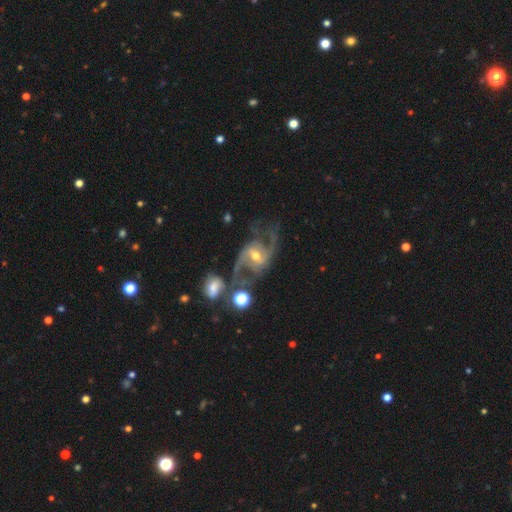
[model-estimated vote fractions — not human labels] Q: Smooth or featured?
A: featured or disk (90%); runner-up: star or artifact (5%)
Q: Edge-on disk?
A: no (97%); runner-up: yes (3%)
Q: Bar?
A: weak (47%); runner-up: strong (28%)
Q: Spiral arms?
A: yes (97%); runner-up: no (3%)
Q: Spiral winding?
A: loose (49%); runner-up: medium (42%)
Q: Spiral arm count?
A: 2 (90%); runner-up: 3 (3%)
Q: Bulge size?
A: moderate (63%); runner-up: small (30%)
Q: Merging?
A: none (58%); runner-up: minor disturbance (17%)